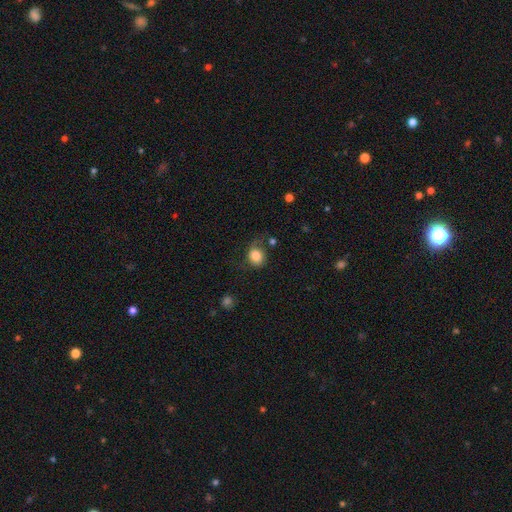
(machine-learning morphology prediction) The model was most divided on "merging": none: 56%, minor disturbance: 26%, major disturbance: 14%, merger: 4%. More confident: smooth or featured — smooth (83%); how rounded — round (69%).